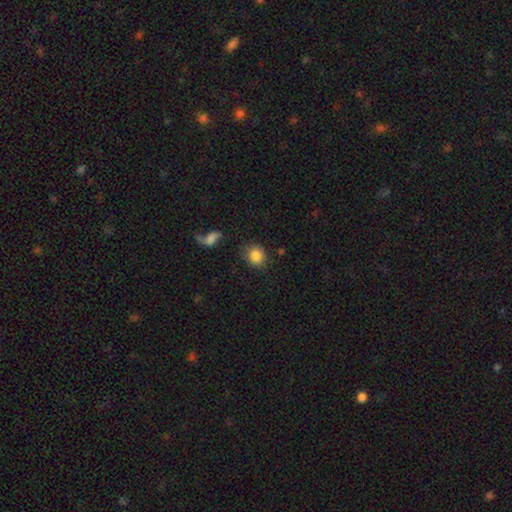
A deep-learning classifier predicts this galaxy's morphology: This is clearly a smooth galaxy (85%). How rounded: likely round (78%). Merging: likely none (76%).